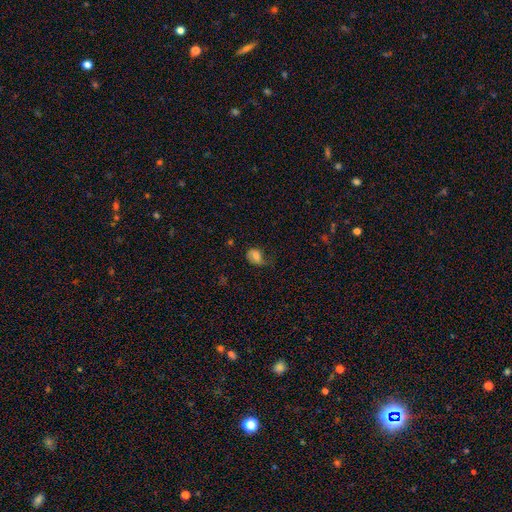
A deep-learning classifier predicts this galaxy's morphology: This appears to be a smooth galaxy with no disk features (67%) that is in between round and cigar-shaped (68%). Merging: none (43%).